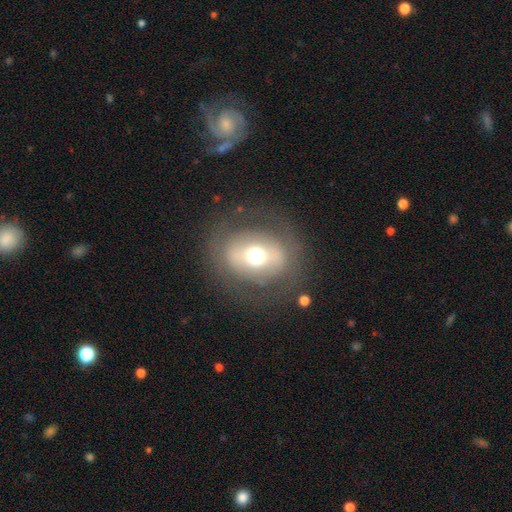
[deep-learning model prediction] smooth 49%, featured or disk 38%, star or artifact 12%. Down the decision tree: merging — none (75%).